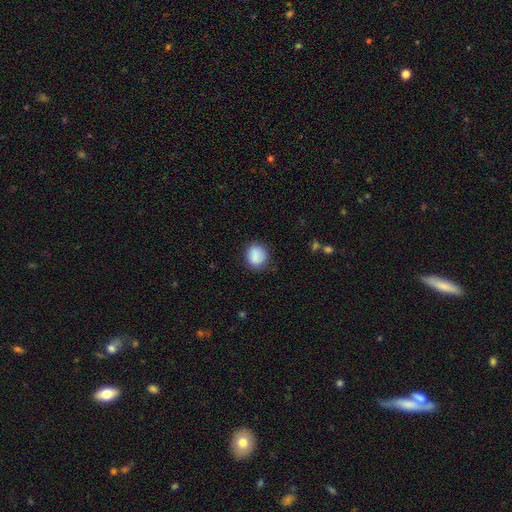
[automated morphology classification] Q: Smooth or featured?
A: smooth (87%); runner-up: star or artifact (8%)
Q: How rounded?
A: round (76%); runner-up: in between (23%)
Q: Merging?
A: none (80%); runner-up: minor disturbance (15%)